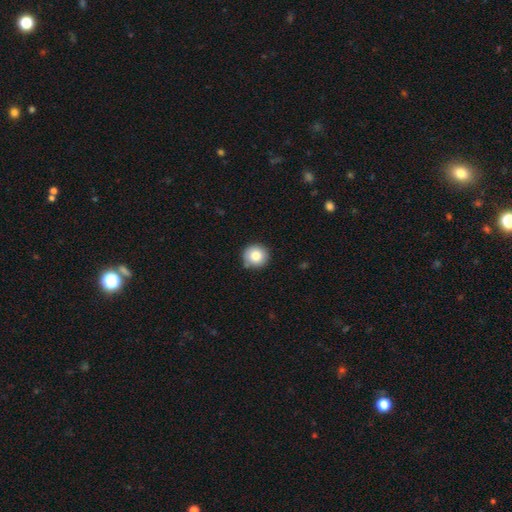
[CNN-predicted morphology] smooth 82%, star or artifact 9%, featured or disk 9%. Down the decision tree: how rounded — round (94%); merging — none (85%).